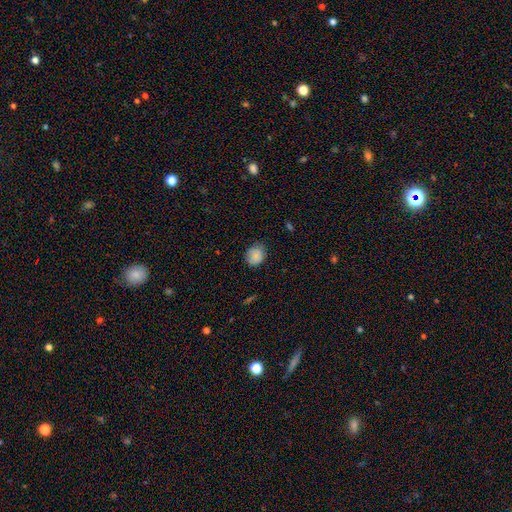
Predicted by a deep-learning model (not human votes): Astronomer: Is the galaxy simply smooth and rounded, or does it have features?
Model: smooth — 86%.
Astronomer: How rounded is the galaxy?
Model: round — 66%.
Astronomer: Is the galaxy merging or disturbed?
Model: none — 70%.